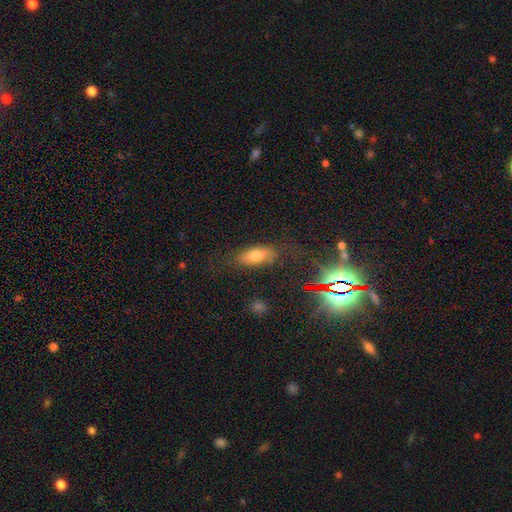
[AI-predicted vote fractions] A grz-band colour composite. It shows a smooth galaxy with no disk features (59%) that is in between round and cigar-shaped (70%). Merging: none (79%).